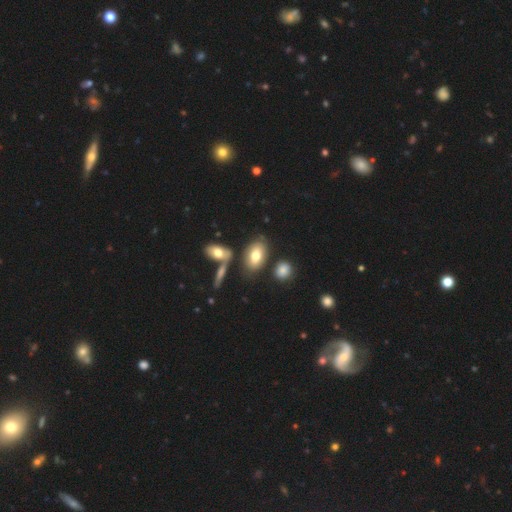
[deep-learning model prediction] The model was most divided on "smooth or featured": smooth: 72%, featured or disk: 20%, star or artifact: 8%. More confident: how rounded — in between (90%); merging — none (68%).